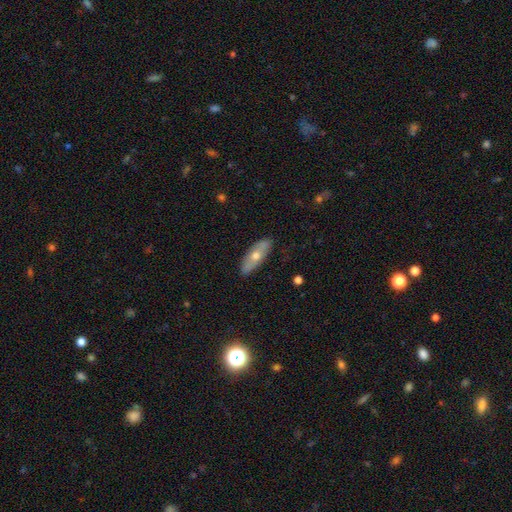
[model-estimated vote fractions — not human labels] A smooth galaxy with no disk features (50%).

Vote fractions:
- Smooth or featured? smooth: 50% / featured or disk: 43% / star or artifact: 7%
- Merging? none: 86% / minor disturbance: 10% / major disturbance: 2% / merger: 1%